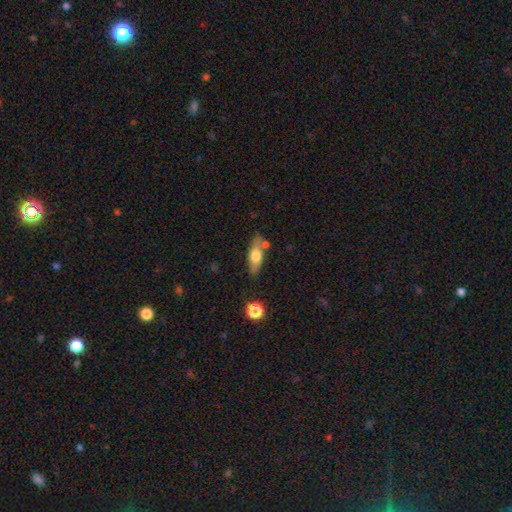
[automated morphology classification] smooth_or_featured: smooth (p=0.61) [alt: featured or disk p=0.32]
how_rounded: in between (p=0.68) [alt: cigar-shaped p=0.27]
merging: none (p=0.69) [alt: minor disturbance p=0.16]